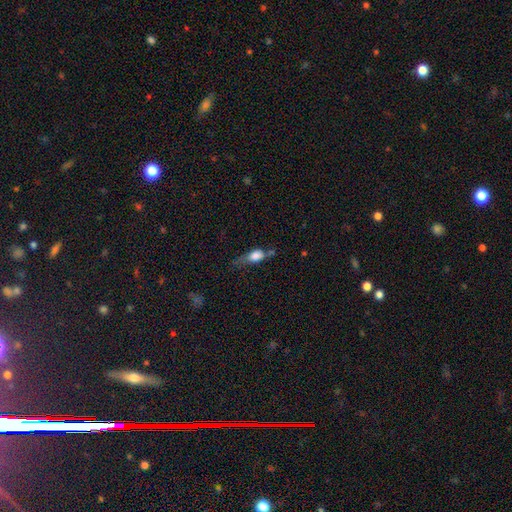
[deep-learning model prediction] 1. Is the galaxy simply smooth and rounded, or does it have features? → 68% smooth, 22% featured or disk, 10% star or artifact.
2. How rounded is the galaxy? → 71% in between, 15% cigar-shaped, 14% round.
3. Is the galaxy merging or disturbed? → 32% none, 31% minor disturbance, 25% major disturbance, 12% merger.